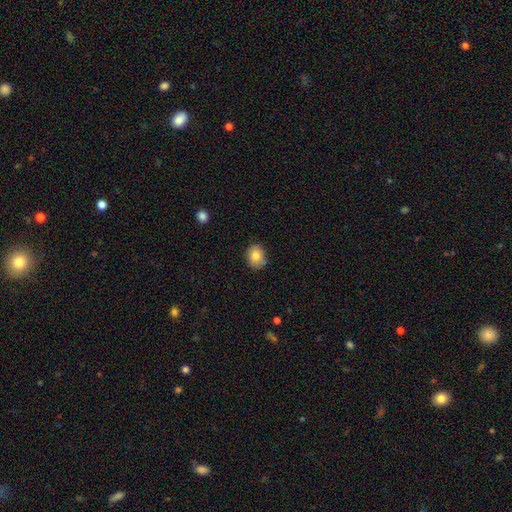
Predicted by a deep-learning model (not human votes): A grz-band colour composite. It shows a smooth galaxy with no disk features (82%) that is round (58%). Merging: none (81%).